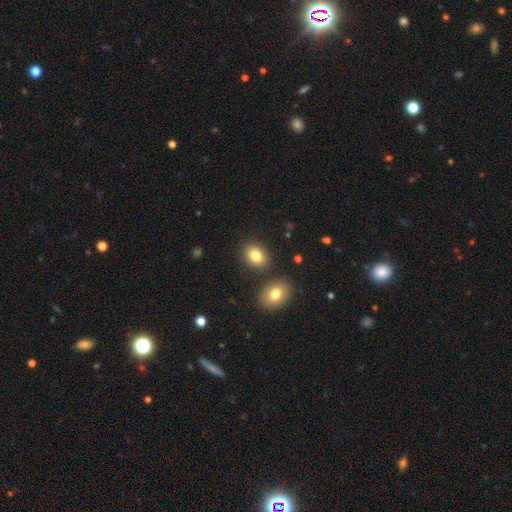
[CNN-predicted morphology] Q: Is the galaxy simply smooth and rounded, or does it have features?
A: smooth — 82%.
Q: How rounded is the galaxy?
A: in between — 64%.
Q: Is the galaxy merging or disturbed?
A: none — 80%.